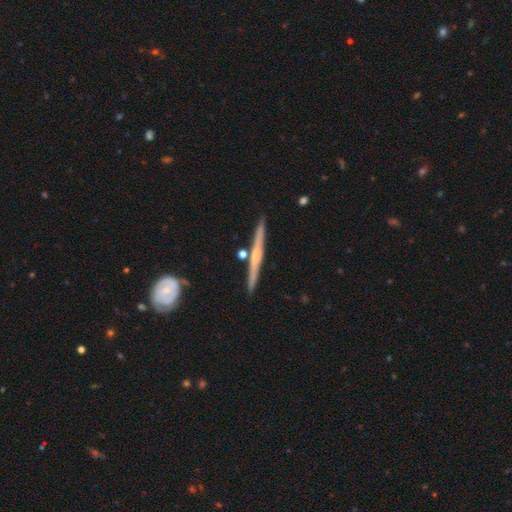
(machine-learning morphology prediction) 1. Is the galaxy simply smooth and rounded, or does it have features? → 70% featured or disk, 25% smooth, 5% star or artifact.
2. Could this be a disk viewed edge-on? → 97% yes, 3% no.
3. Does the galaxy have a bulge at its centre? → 47% none, 45% rounded, 9% boxy.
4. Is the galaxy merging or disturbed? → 87% none, 8% minor disturbance, 3% merger, 2% major disturbance.